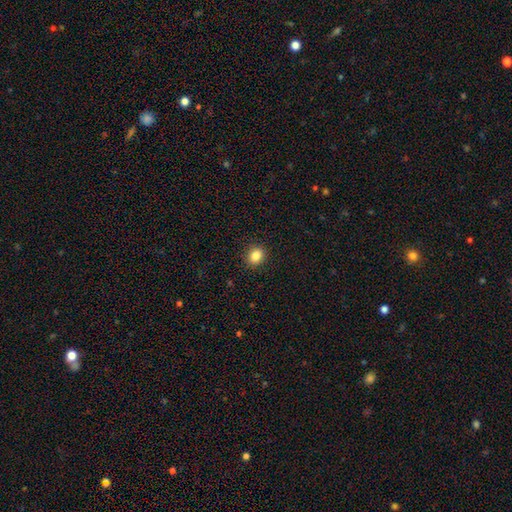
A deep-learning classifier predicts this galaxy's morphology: smooth-or-featured: smooth: 84% | star or artifact: 11% | featured or disk: 5%
  how-rounded: round: 63% | in between: 37% | cigar-shaped: 1%
  merging: none: 91% | minor disturbance: 6% | major disturbance: 2% | merger: 1%